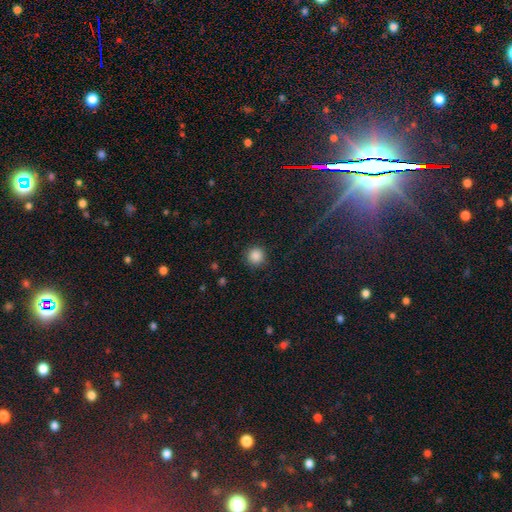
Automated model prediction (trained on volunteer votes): This appears to be a smooth galaxy with no disk features (86%) that is round (95%). Merging: none (90%).